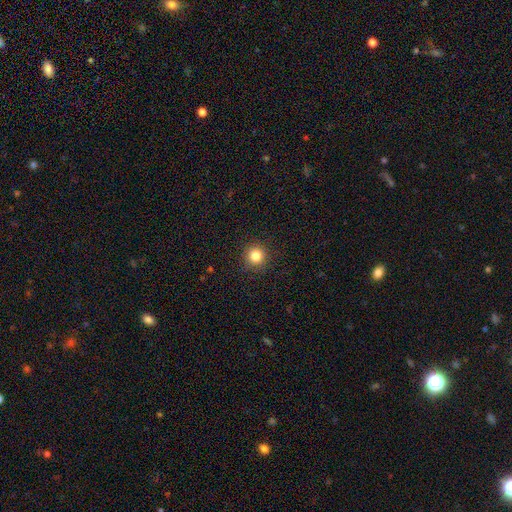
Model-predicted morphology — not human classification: smooth_or_featured: smooth (p=0.83) [alt: star or artifact p=0.12]
how_rounded: round (p=0.95) [alt: in between p=0.04]
merging: none (p=0.92) [alt: minor disturbance p=0.05]